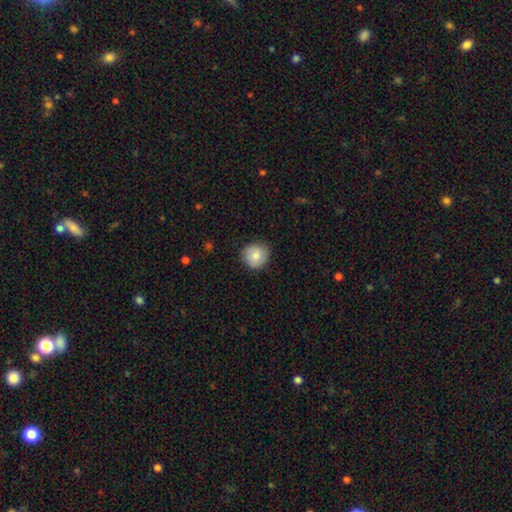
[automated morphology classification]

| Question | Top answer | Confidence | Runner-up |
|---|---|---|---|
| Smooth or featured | smooth | 79% | featured or disk (13%) |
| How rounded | round | 89% | in between (11%) |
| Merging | none | 83% | minor disturbance (13%) |